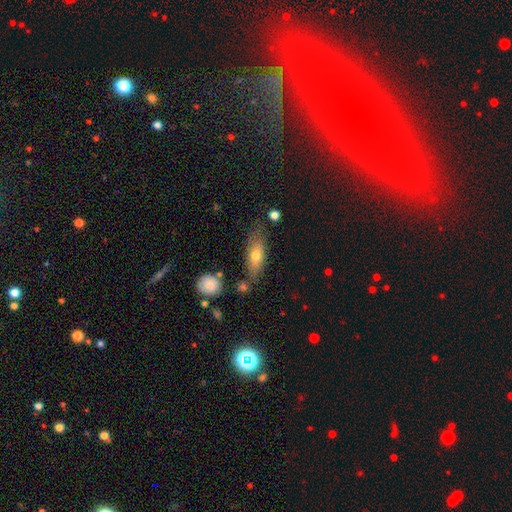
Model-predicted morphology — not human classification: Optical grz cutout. It shows a smooth galaxy with no disk features (68%) that is in between round and cigar-shaped (65%). Merging: none (66%).